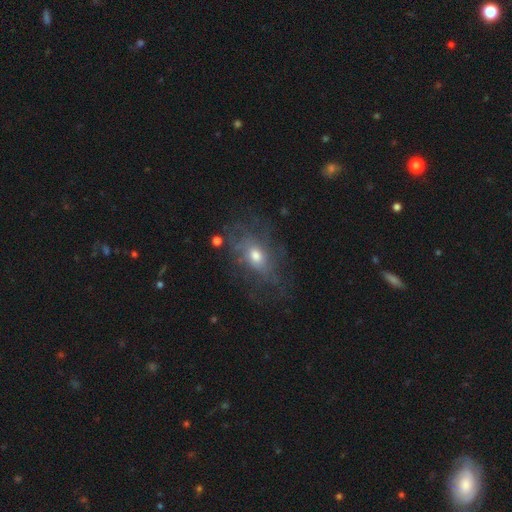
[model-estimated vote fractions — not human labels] This is possibly a featured or disk galaxy (55%). It is clearly not viewed edge-on (93%). Bar: clearly no (82%). Spiral arm pattern: possibly yes (50%, tied with no). Central bulge: likely moderate (64%). Merging: possibly none (56%).